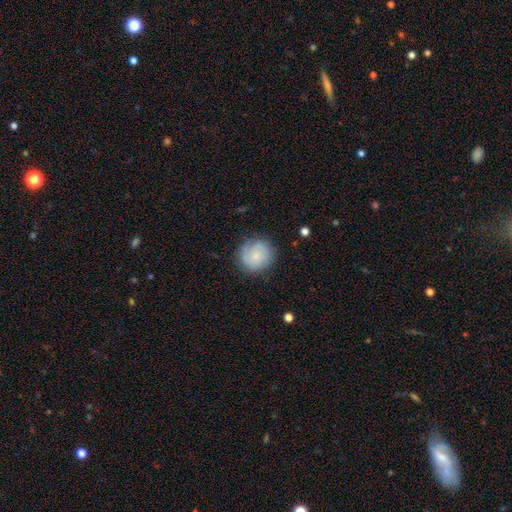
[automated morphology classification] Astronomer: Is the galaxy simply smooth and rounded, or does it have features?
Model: smooth — 64%.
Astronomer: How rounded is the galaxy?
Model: round — 91%.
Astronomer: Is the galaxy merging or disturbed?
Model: none — 76%.